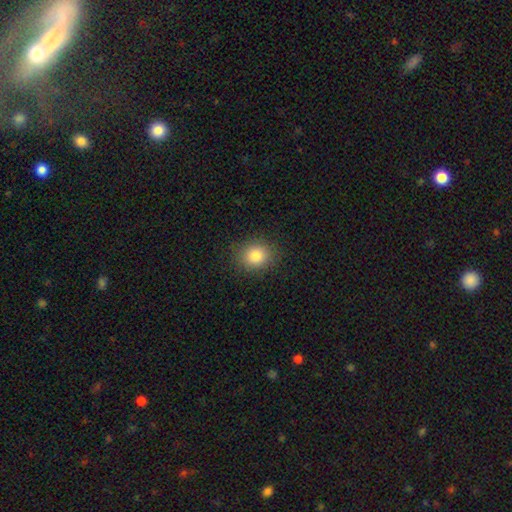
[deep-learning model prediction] Overall: smooth (83%). How rounded: round (71%). Merging: none (88%).